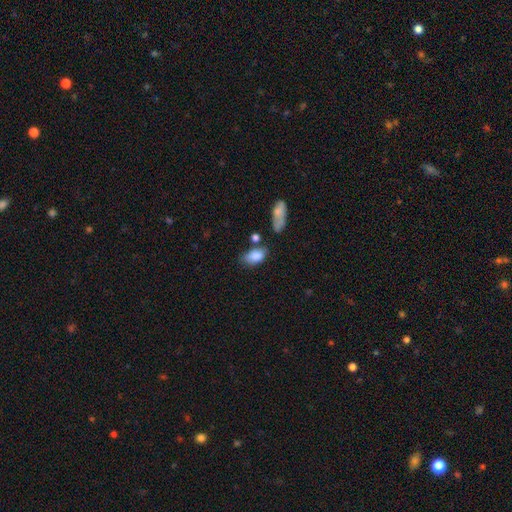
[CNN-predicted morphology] Smooth or featured? Predicted: smooth (p=0.84). How rounded? Predicted: in between (p=0.90). Merging? Predicted: none (p=0.52).